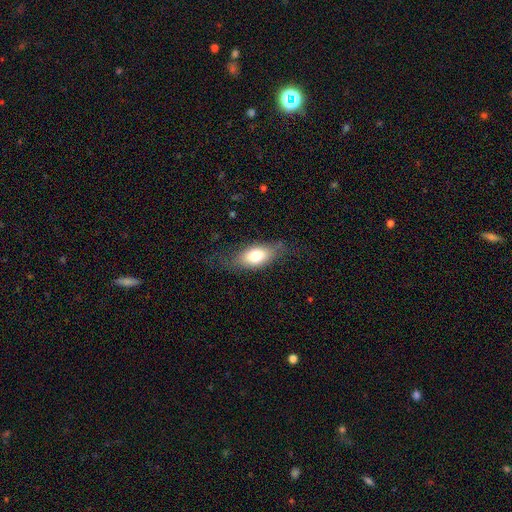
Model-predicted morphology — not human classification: The model was most divided on "merging": none: 68%, minor disturbance: 21%, major disturbance: 10%, merger: 1%. More confident: how rounded — in between (85%); smooth or featured — smooth (72%).